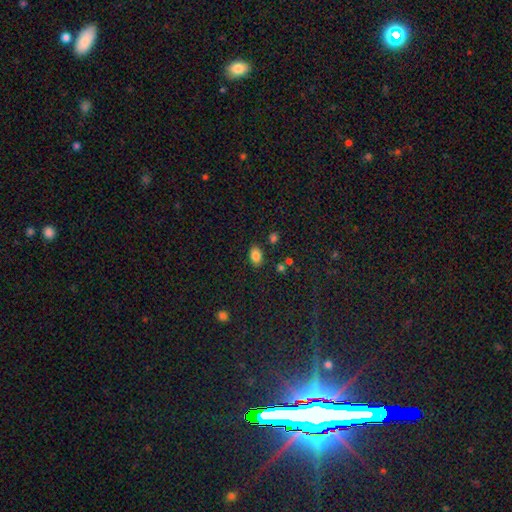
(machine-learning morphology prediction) smooth 83%, star or artifact 10%, featured or disk 7%. Down the decision tree: how rounded — in between (84%); merging — none (83%).